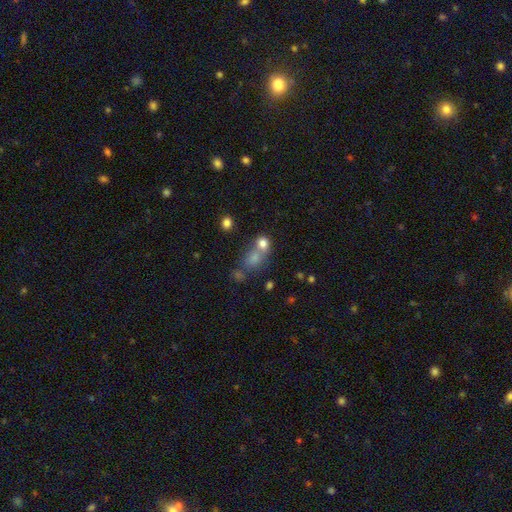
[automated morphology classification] A smooth galaxy with no disk features (61%) that is round (68%). Merging: merger (45%).